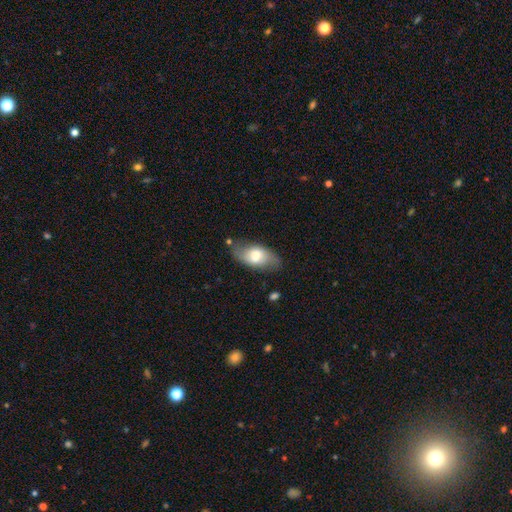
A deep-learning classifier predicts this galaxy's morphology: Smooth or featured? Predicted: smooth (p=0.62). How rounded? Predicted: in between (p=0.91). Merging? Predicted: none (p=0.71).